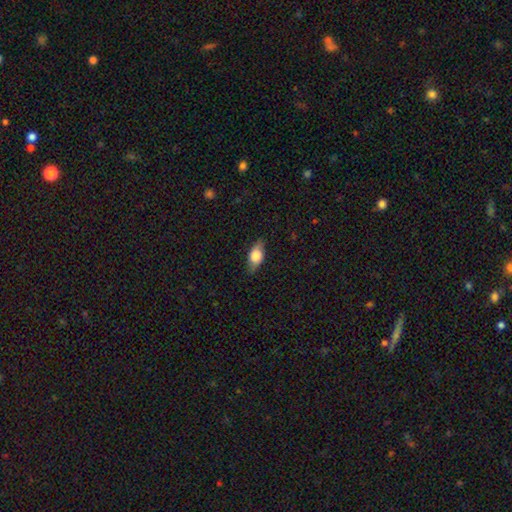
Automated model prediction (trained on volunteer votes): Q: Smooth or featured?
A: smooth (66%); runner-up: featured or disk (27%)
Q: How rounded?
A: in between (82%); runner-up: cigar-shaped (11%)
Q: Merging?
A: none (81%); runner-up: minor disturbance (14%)